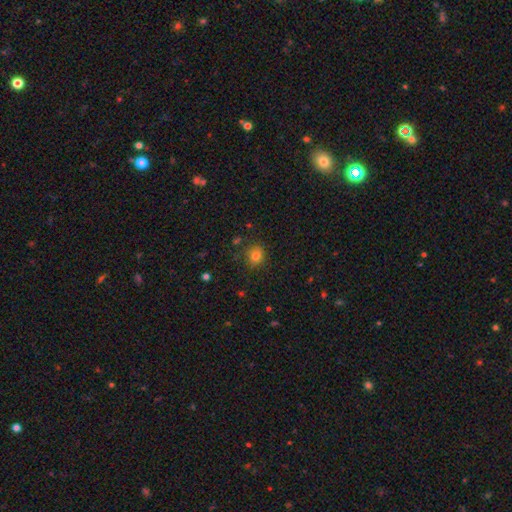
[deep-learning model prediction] Morphology: type=smooth (79%); roundness=round (80%); merging=none (83%).